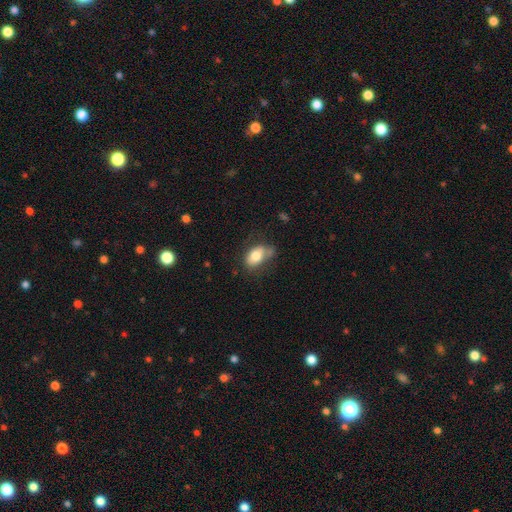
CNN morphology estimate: A smooth galaxy with no disk features (75%) that is in between round and cigar-shaped (89%).

Vote fractions:
- Smooth or featured? smooth: 75% / featured or disk: 18% / star or artifact: 8%
- How rounded? in between: 89% / round: 9% / cigar-shaped: 2%
- Merging? none: 50% / minor disturbance: 30% / major disturbance: 12% / merger: 8%